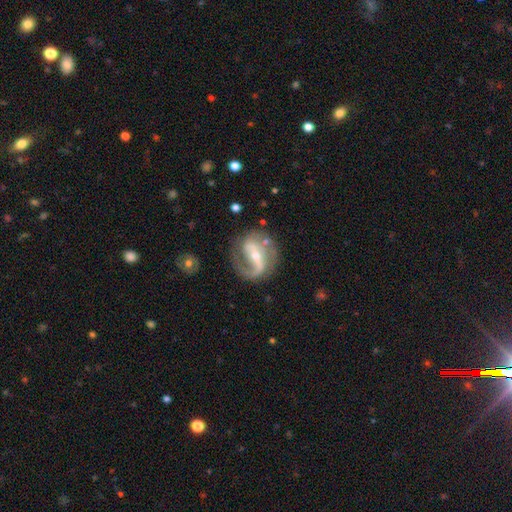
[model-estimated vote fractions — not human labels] The model was most divided on "spiral winding": medium: 45%, loose: 36%, tight: 19%. More confident: edge-on disk — no (96%); spiral arms — yes (93%); smooth or featured — featured or disk (86%); merging — none (64%); spiral arm count — 2 (63%); bulge size — small (54%); bar — strong (53%).